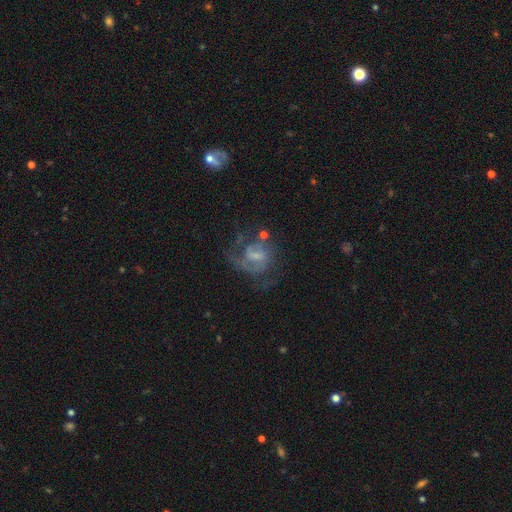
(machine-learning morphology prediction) Overall: featured or disk (72%). Edge-on disk: no (98%). Bar: weak (51%; no 36%). Spiral arms: yes (80%). Spiral arm count: 2 (45%; can't tell 25%). Spiral winding: medium (46%; tight 30%). Bulge size: small (51%; moderate 24%). Merging: none (44%; major disturbance 30%).